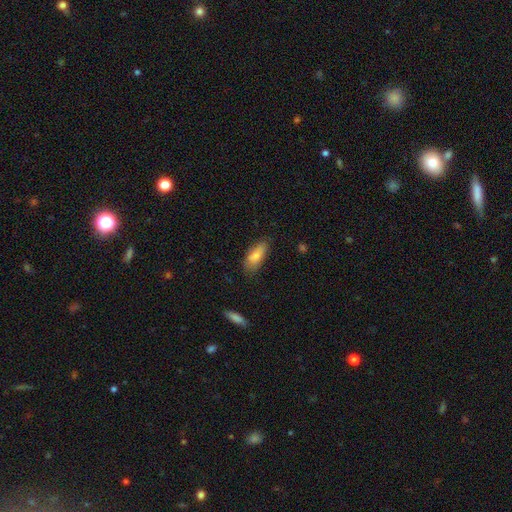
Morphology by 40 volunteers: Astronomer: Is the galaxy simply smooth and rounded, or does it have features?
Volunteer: smooth — 88%.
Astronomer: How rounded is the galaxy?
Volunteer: in between — 77%.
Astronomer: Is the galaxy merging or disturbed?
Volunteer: none — 67%.